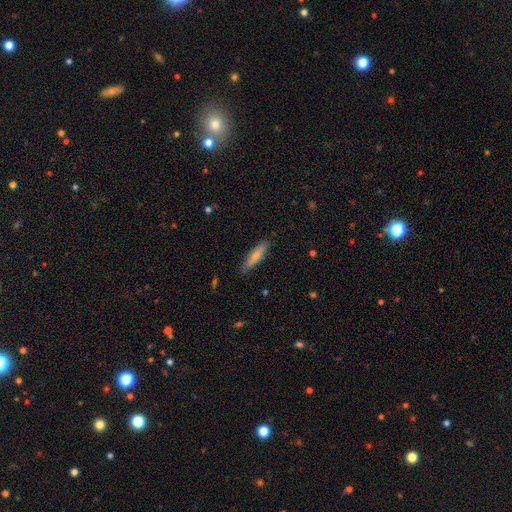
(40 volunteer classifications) Smooth or featured?
  - smooth: 82% *
  - featured or disk: 12%
  - star or artifact: 5%
How rounded?
  - cigar-shaped: 82% *
  - in between: 18%
  - round: 0%
Merging?
  - none: 79% *
  - minor disturbance: 16%
  - major disturbance: 5%
  - merger: 0%